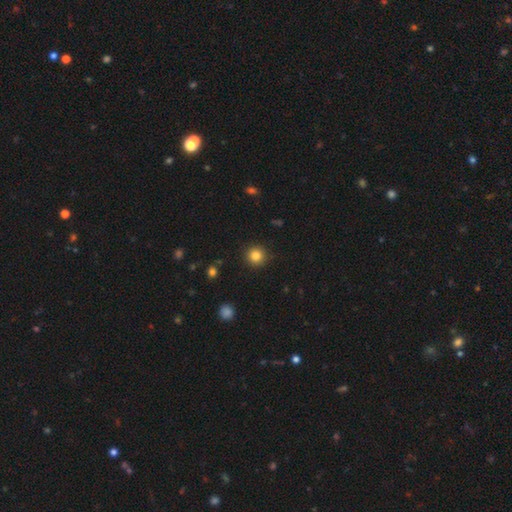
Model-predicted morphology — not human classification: Smooth or featured? smooth (84%)
How rounded? round (94%)
Merging? none (91%)